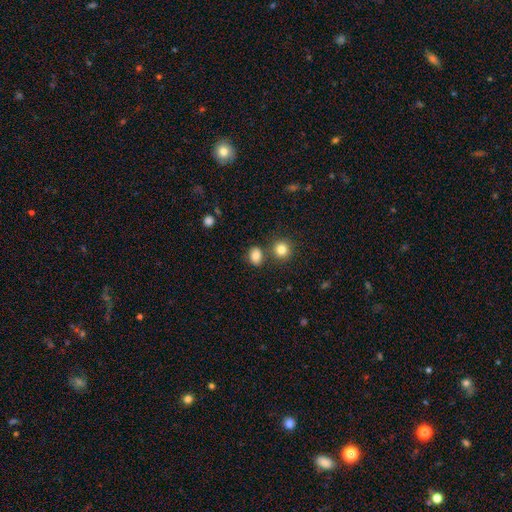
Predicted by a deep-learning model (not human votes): This appears to be a smooth galaxy with no disk features (82%) that is in between round and cigar-shaped (57%). Merging: none (71%).